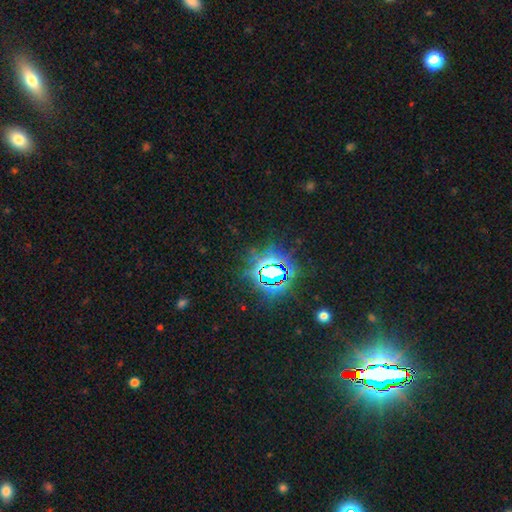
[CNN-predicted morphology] A star or artifact, not a galaxy (82%).

Vote fractions:
- Smooth or featured? star or artifact: 82% / smooth: 11% / featured or disk: 7%